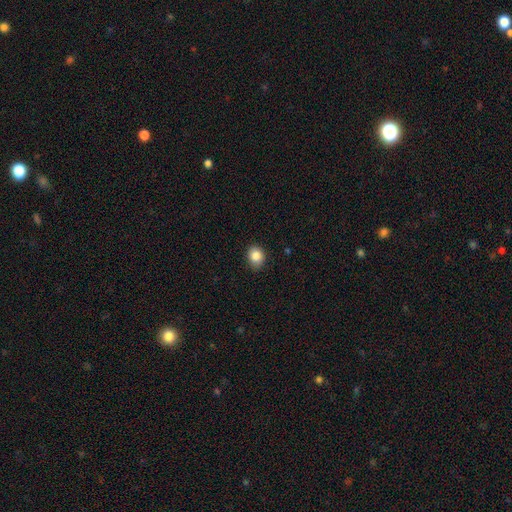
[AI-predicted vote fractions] Morphology: type=smooth (86%); roundness=round (63%); merging=none (84%).